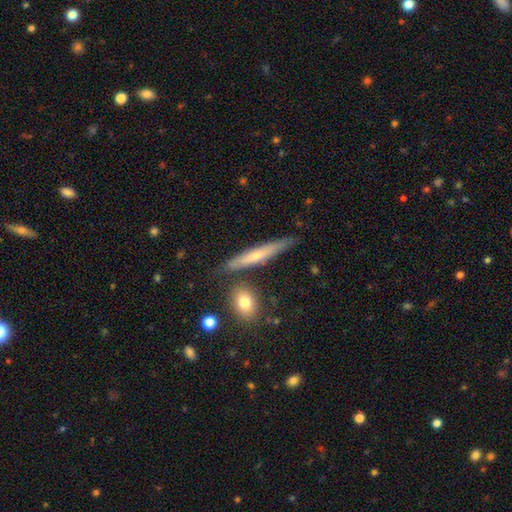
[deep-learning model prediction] Smooth or featured? Predicted: smooth (p=0.51). How rounded? Predicted: cigar-shaped (p=0.91). Merging? Predicted: none (p=0.78).